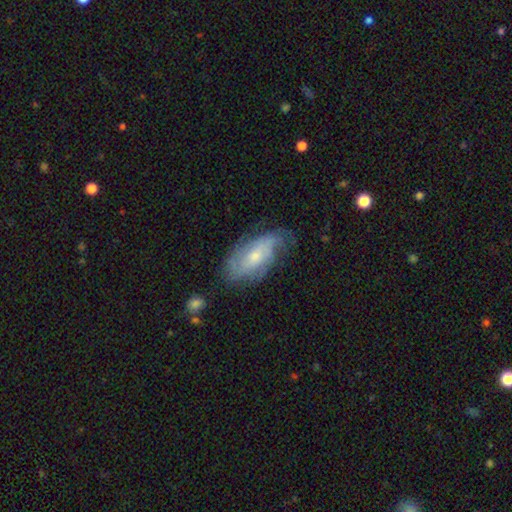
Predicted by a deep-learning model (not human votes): Smooth or featured?
  - featured or disk: 64% *
  - smooth: 30%
  - star or artifact: 7%
Edge-on disk?
  - no: 91% *
  - yes: 9%
Bar?
  - no: 66% *
  - weak: 29%
  - strong: 6%
Spiral arms?
  - yes: 83% *
  - no: 17%
Bulge size?
  - small: 47% *
  - moderate: 46%
  - large: 3%
  - none: 3%
  - dominant: 1%
Merging?
  - none: 59% *
  - minor disturbance: 27%
  - major disturbance: 12%
  - merger: 2%